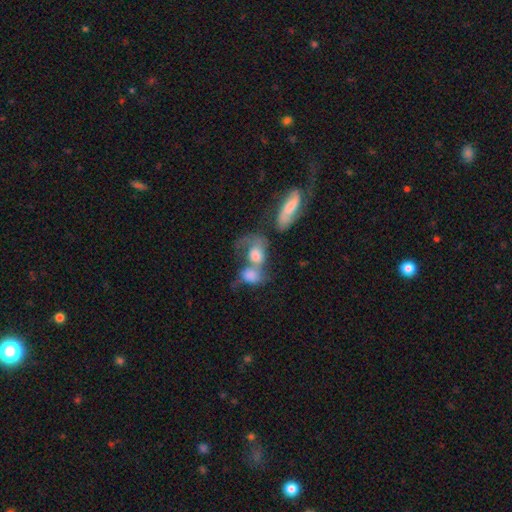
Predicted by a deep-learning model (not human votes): Smooth or featured: smooth — 52% (featured or disk — 38%)
How rounded: in between — 65% (round — 30%)
Merging: merger — 69% (major disturbance — 12%)